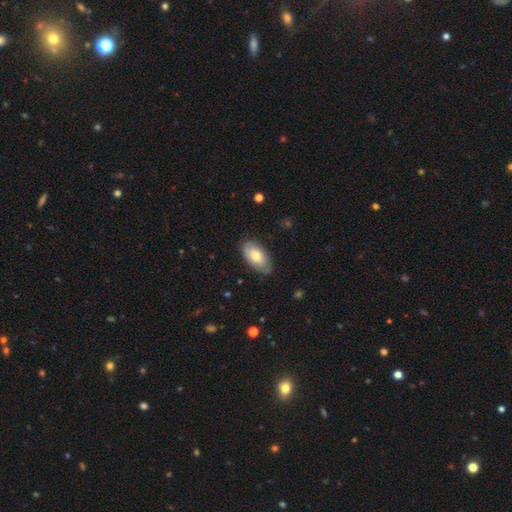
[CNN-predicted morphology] Q: Smooth or featured?
A: smooth (69%); runner-up: featured or disk (25%)
Q: How rounded?
A: in between (94%); runner-up: round (3%)
Q: Merging?
A: none (79%); runner-up: minor disturbance (16%)